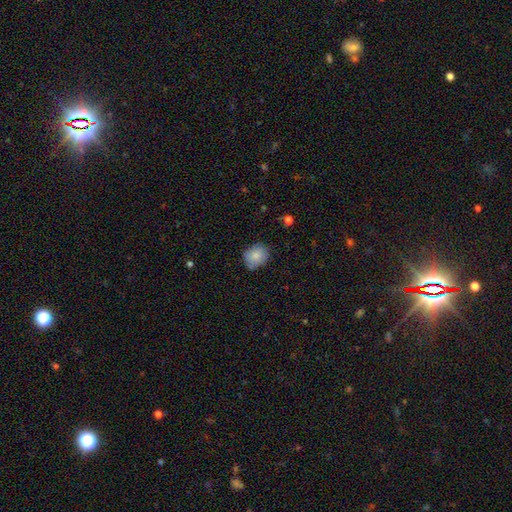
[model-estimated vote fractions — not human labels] This appears to be a smooth galaxy with no disk features (82%) that is round (63%). Merging: none (75%).